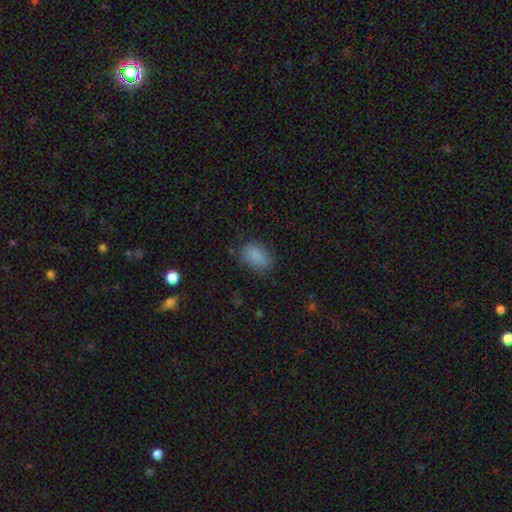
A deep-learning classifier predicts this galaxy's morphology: Smooth or featured: smooth — 86% (star or artifact — 10%)
How rounded: in between — 85% (round — 13%)
Merging: none — 75% (minor disturbance — 18%)